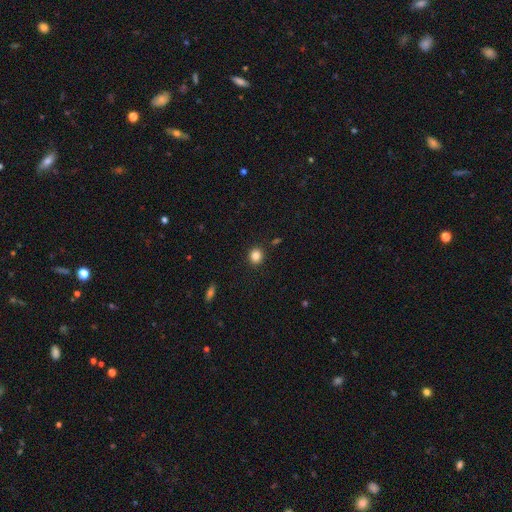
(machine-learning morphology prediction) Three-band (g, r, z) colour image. It shows a smooth galaxy with no disk features (85%) that is round (81%). Merging: none (90%).